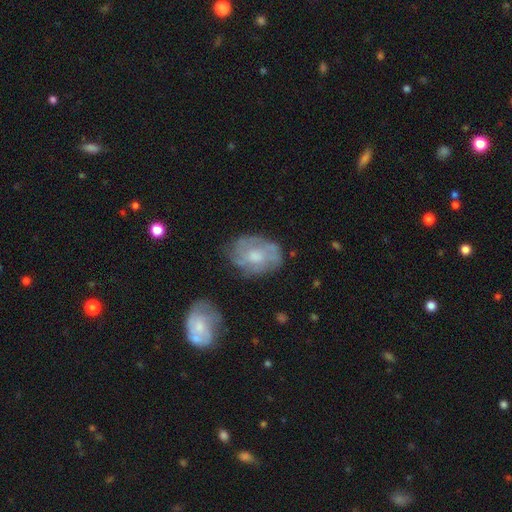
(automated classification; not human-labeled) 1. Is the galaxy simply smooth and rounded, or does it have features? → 59% featured or disk, 34% smooth, 7% star or artifact.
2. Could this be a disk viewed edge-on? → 96% no, 4% yes.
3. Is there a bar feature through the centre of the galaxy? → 75% no, 22% weak, 3% strong.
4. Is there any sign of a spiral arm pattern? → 65% yes, 35% no.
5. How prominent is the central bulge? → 58% moderate, 23% small, 11% large, 8% none, 1% dominant.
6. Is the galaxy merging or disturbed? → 66% none, 22% minor disturbance, 10% major disturbance, 3% merger.